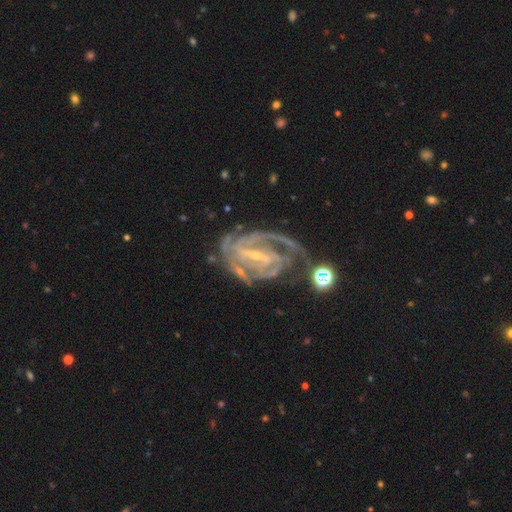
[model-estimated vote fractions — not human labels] Smooth or featured? Predicted: featured or disk (p=0.91). Edge-on disk? Predicted: no (p=0.97). Bar? Predicted: strong (p=0.57). Spiral arms? Predicted: yes (p=0.97). Spiral winding? Predicted: tight (p=0.60). Spiral arm count? Predicted: 2 (p=0.35). Bulge size? Predicted: small (p=0.75). Merging? Predicted: none (p=0.58).